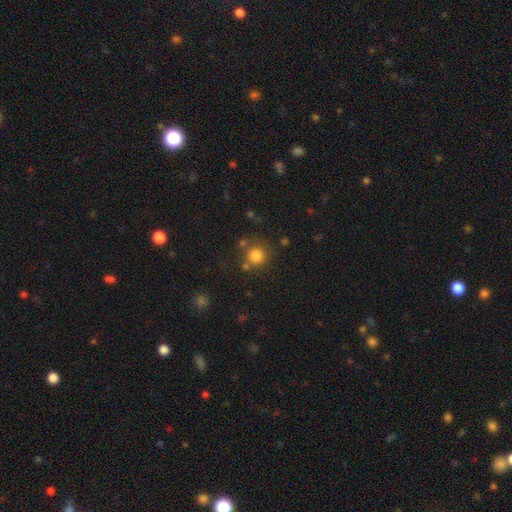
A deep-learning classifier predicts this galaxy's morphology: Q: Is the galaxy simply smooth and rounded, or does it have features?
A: smooth — 81%.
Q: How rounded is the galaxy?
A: round — 93%.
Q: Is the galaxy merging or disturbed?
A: none — 72%.